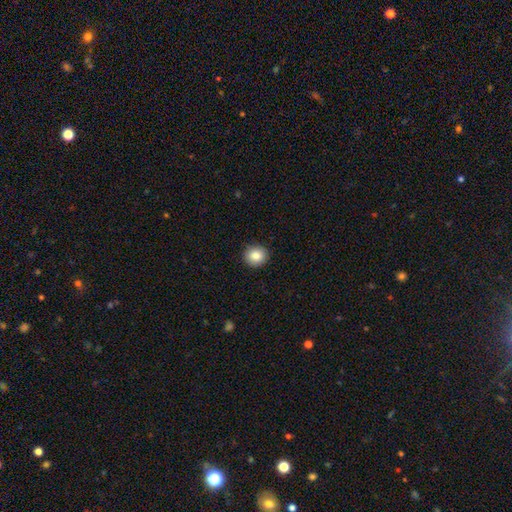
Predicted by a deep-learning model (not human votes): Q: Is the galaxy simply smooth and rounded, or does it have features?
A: smooth — 85%.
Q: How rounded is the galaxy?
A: round — 90%.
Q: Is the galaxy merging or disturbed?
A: none — 92%.